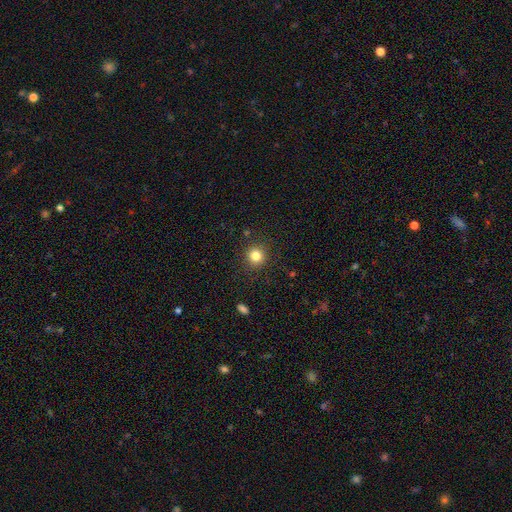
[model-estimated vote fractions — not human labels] Smooth or featured? smooth (82%)
How rounded? round (93%)
Merging? none (90%)